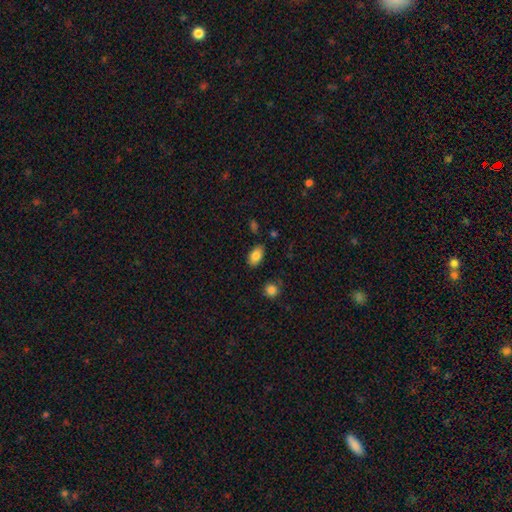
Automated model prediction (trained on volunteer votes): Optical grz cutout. It shows a smooth galaxy with no disk features (84%) that is in between round and cigar-shaped (92%). Merging: none (83%).